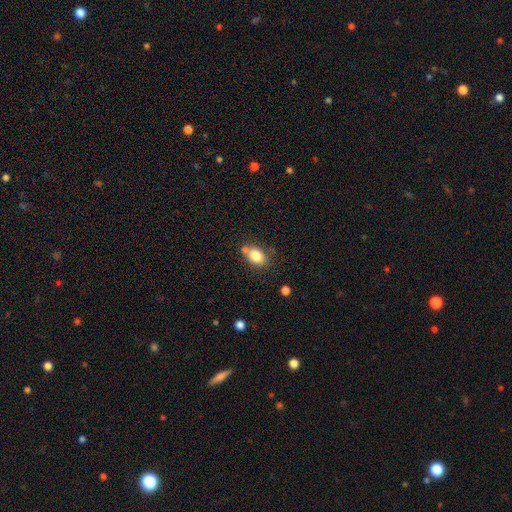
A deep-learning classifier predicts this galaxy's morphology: Q: Smooth or featured?
A: smooth (80%); runner-up: featured or disk (11%)
Q: How rounded?
A: in between (72%); runner-up: round (26%)
Q: Merging?
A: none (63%); runner-up: minor disturbance (17%)